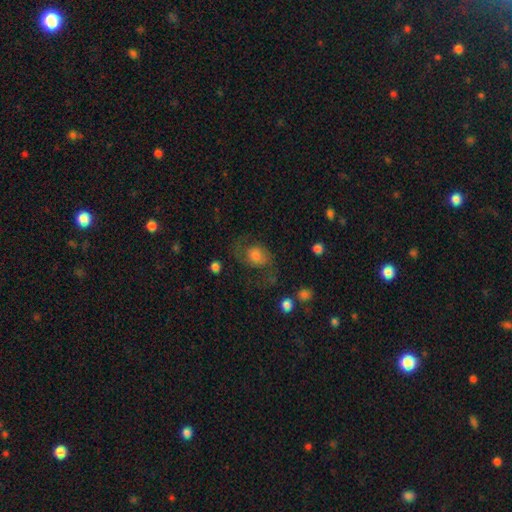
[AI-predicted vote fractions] featured or disk 46%, smooth 44%, star or artifact 10%. Down the decision tree: merging — none (55%).